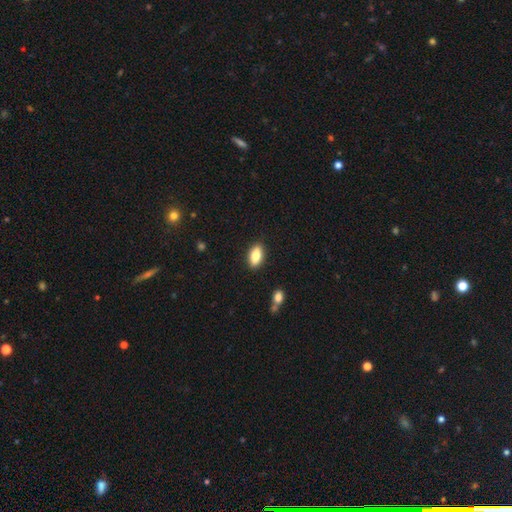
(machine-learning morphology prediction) This is clearly a smooth galaxy (81%). How rounded: clearly in between (86%). Merging: clearly none (88%).